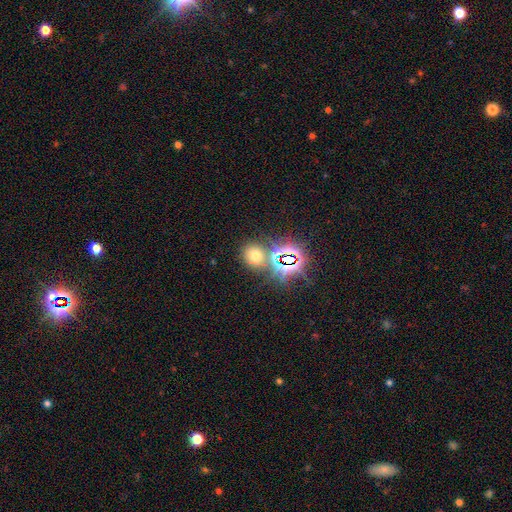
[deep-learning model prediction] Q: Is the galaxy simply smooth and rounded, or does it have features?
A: smooth — 50%.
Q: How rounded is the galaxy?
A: round — 74%.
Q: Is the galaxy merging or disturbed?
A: none — 71%.